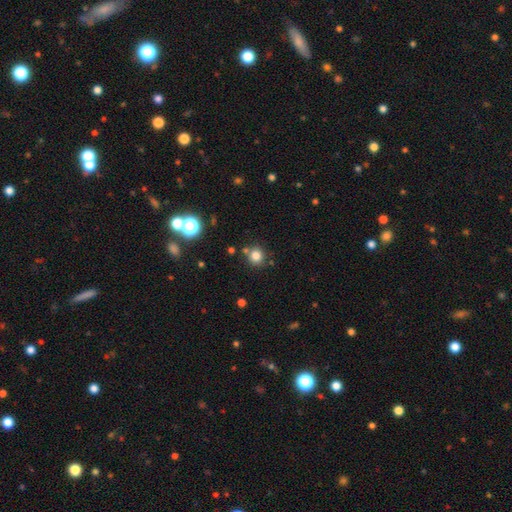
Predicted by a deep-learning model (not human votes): smooth-or-featured: smooth: 80% | star or artifact: 14% | featured or disk: 6%
  how-rounded: round: 91% | in between: 8% | cigar-shaped: 1%
  merging: none: 78% | merger: 10% | minor disturbance: 9% | major disturbance: 3%